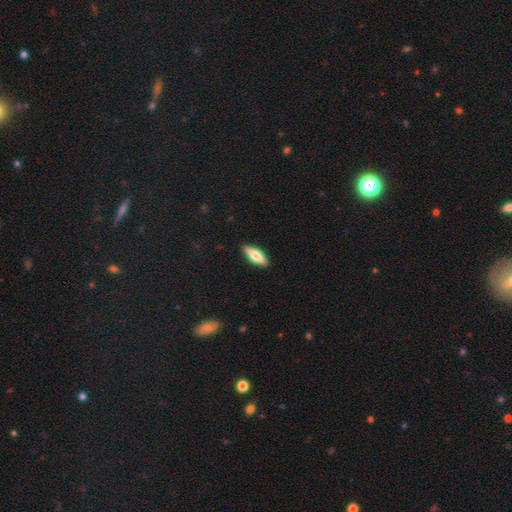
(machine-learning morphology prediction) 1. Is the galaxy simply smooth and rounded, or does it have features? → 60% smooth, 34% featured or disk, 6% star or artifact.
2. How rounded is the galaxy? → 59% in between, 39% cigar-shaped, 2% round.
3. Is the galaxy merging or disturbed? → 87% none, 10% minor disturbance, 2% major disturbance, 1% merger.